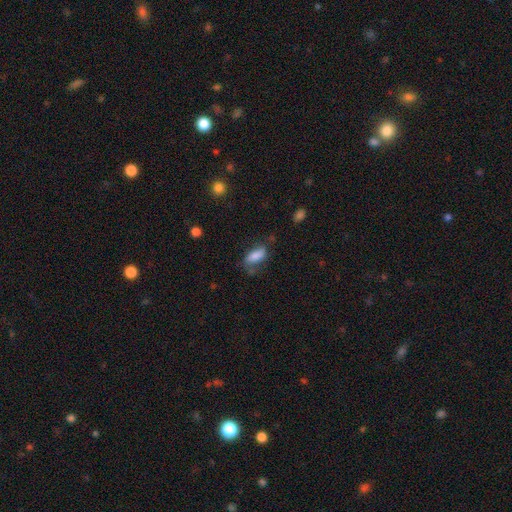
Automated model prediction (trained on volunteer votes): Smooth or featured? Predicted: smooth (p=0.80). How rounded? Predicted: in between (p=0.83). Merging? Predicted: none (p=0.56).